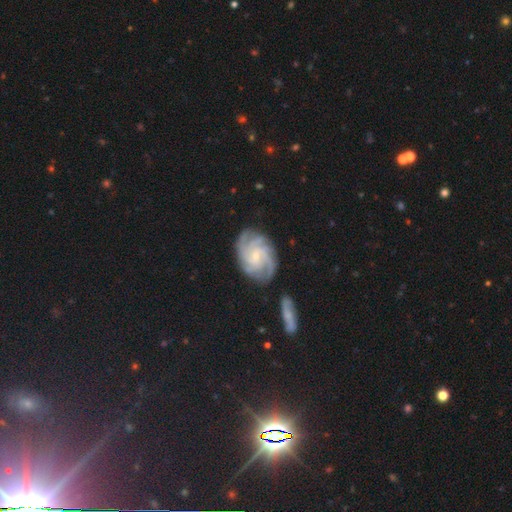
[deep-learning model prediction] This is clearly a featured or disk galaxy (86%). It is clearly not viewed edge-on (97%). Bar: likely no (61%). Spiral arm pattern: clearly yes (97%). Spiral arm count: marginally 4 (37%). Spiral winding: likely tight (61%). Central bulge: likely small (74%). Merging: likely none (77%).